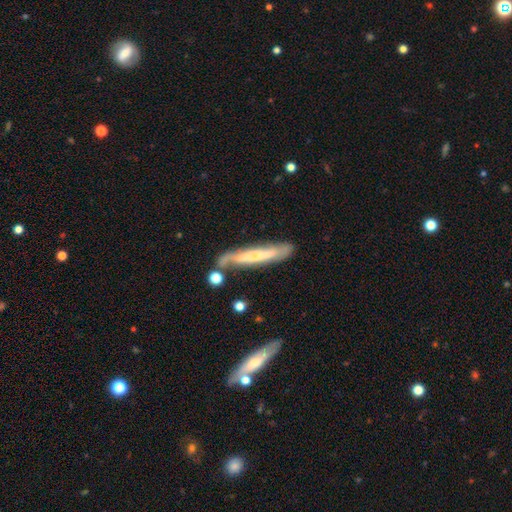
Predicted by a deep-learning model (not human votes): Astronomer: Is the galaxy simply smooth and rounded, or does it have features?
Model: featured or disk — 52% (runner-up: smooth, 41%).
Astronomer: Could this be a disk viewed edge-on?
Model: yes — 66%.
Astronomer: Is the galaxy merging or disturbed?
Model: none — 64%.